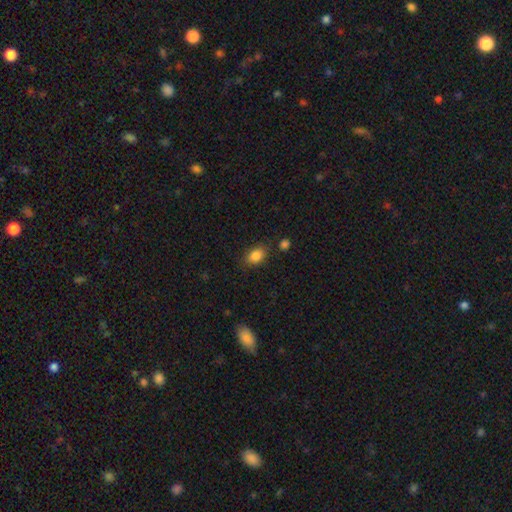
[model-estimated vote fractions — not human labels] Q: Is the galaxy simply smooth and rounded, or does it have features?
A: smooth — 85%.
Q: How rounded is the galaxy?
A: in between — 79%.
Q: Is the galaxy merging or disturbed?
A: none — 78%.